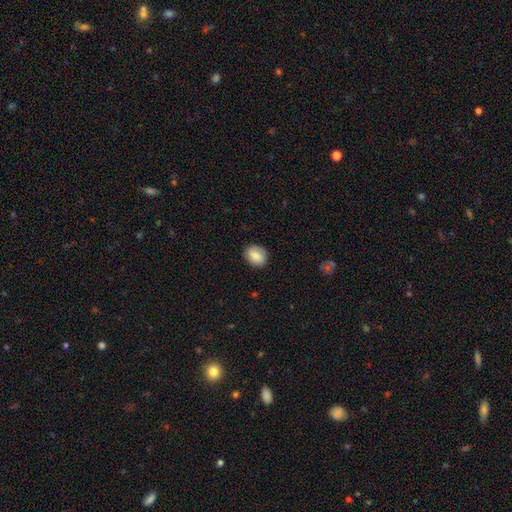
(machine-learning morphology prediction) A smooth galaxy with no disk features (71%) that is in between round and cigar-shaped (54%). Merging: none (85%).